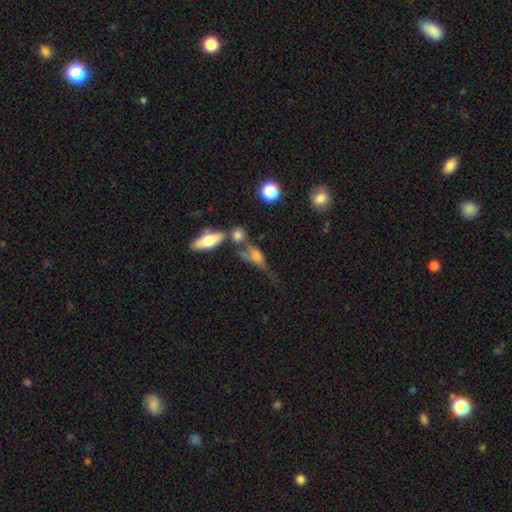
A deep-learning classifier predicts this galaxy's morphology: A smooth galaxy with no disk features (52%) that is in between round and cigar-shaped (60%).

Vote fractions:
- Smooth or featured? smooth: 52% / featured or disk: 35% / star or artifact: 13%
- How rounded? in between: 60% / cigar-shaped: 25% / round: 15%
- Merging? merger: 31% / none: 26% / major disturbance: 24% / minor disturbance: 18%